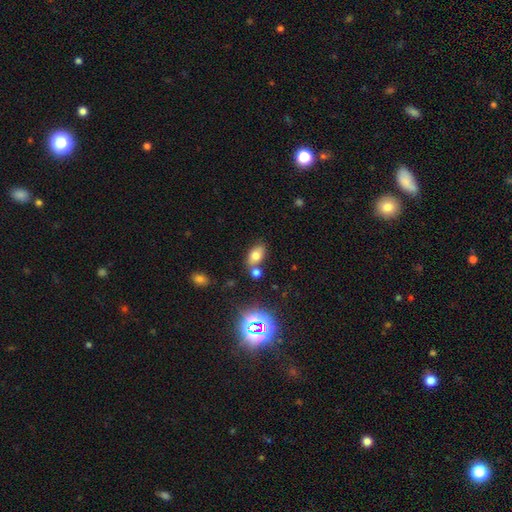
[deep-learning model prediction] Smooth or featured? Predicted: smooth (p=0.71). How rounded? Predicted: in between (p=0.86). Merging? Predicted: none (p=0.61).